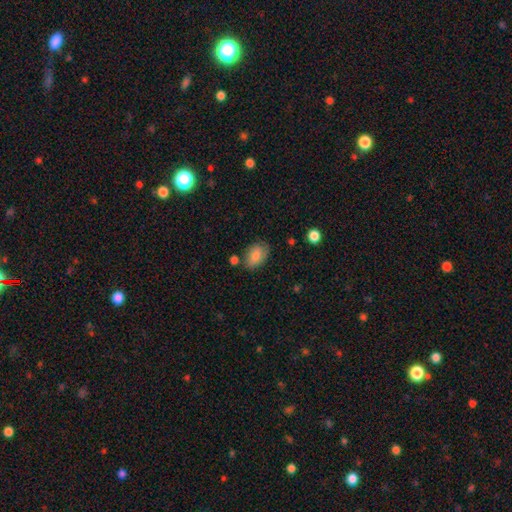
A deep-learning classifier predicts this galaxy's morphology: This is clearly a smooth galaxy (83%). How rounded: clearly in between (86%). Merging: likely none (69%).